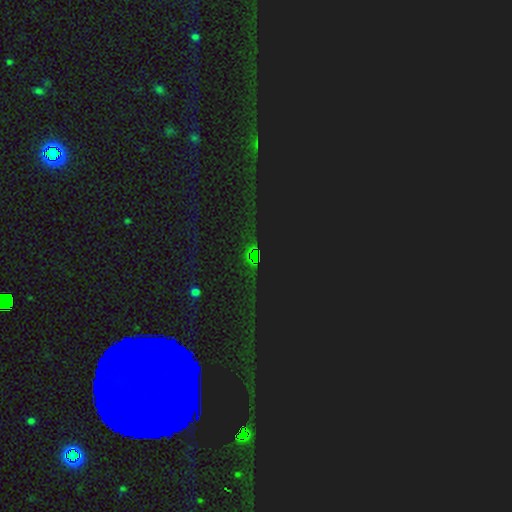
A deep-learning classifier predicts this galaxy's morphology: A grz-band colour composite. It shows a star or artifact, not a galaxy (84%).